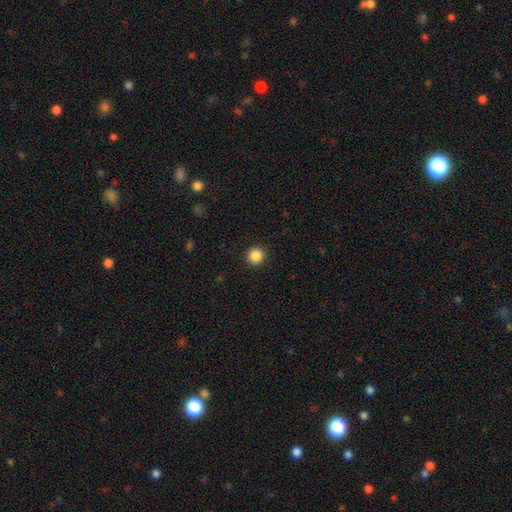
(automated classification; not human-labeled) Smooth or featured? smooth (87%)
How rounded? round (93%)
Merging? none (92%)